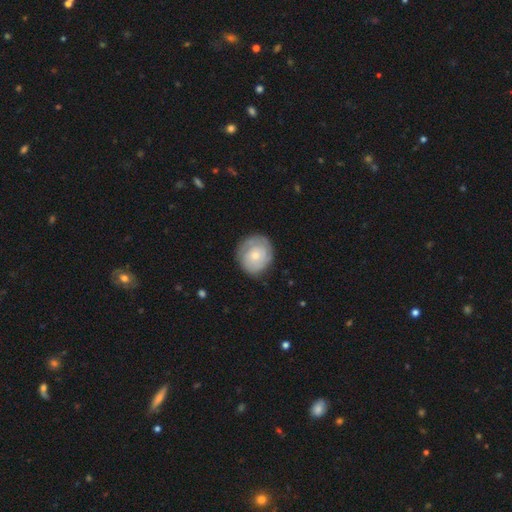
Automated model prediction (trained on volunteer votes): A featured or disk galaxy (50%).

Vote fractions:
- Smooth or featured? featured or disk: 50% / smooth: 44% / star or artifact: 6%
- Edge-on disk? no: 98% / yes: 2%
- Merging? none: 77% / minor disturbance: 17% / major disturbance: 5% / merger: 1%